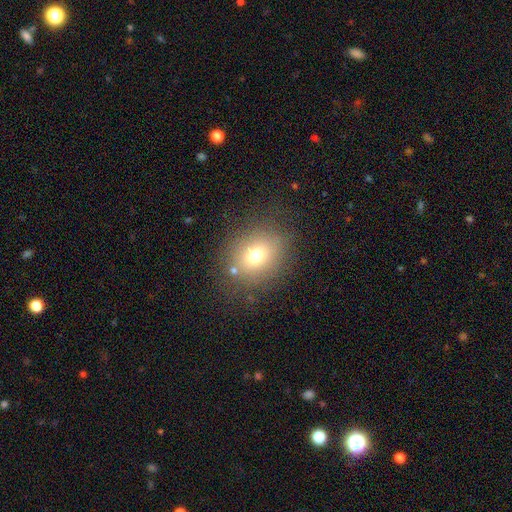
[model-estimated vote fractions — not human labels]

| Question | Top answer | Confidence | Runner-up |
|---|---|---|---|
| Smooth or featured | smooth | 71% | star or artifact (15%) |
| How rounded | round | 56% | in between (43%) |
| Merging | none | 78% | minor disturbance (13%) |